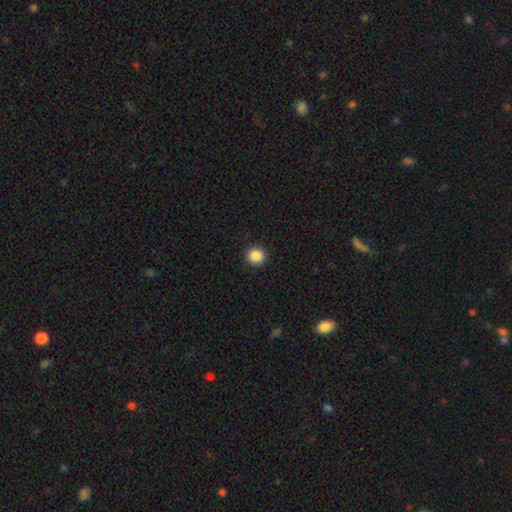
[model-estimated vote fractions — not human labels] Overall: smooth (87%). How rounded: round (92%). Merging: none (93%).